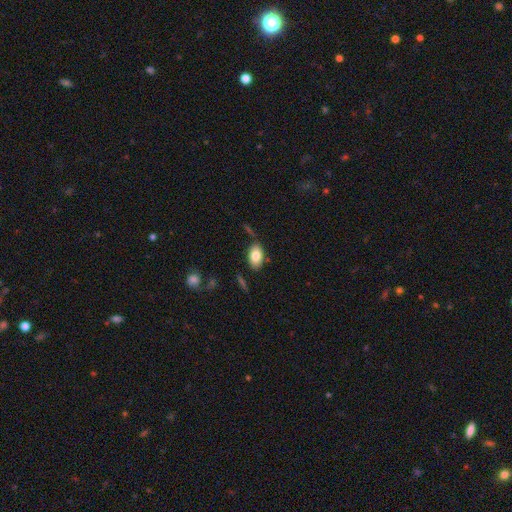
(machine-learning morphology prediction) A smooth galaxy with no disk features (81%) that is in between round and cigar-shaped (91%).

Vote fractions:
- Smooth or featured? smooth: 81% / featured or disk: 12% / star or artifact: 7%
- How rounded? in between: 91% / round: 7% / cigar-shaped: 2%
- Merging? none: 76% / minor disturbance: 15% / merger: 5% / major disturbance: 4%